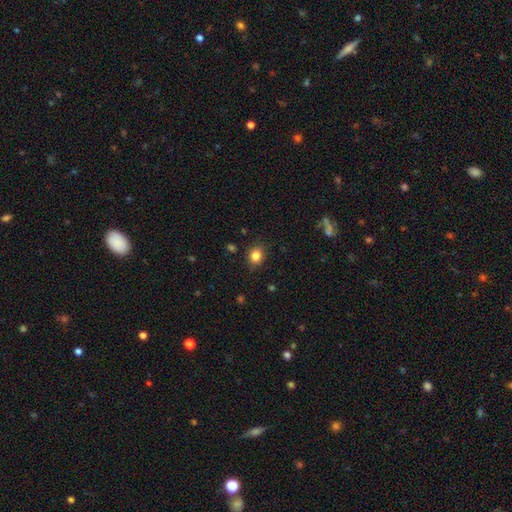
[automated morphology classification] A smooth galaxy with no disk features (83%) that is round (55%).

Vote fractions:
- Smooth or featured? smooth: 83% / star or artifact: 11% / featured or disk: 6%
- How rounded? round: 55% / in between: 44% / cigar-shaped: 1%
- Merging? none: 85% / minor disturbance: 11% / major disturbance: 2% / merger: 1%